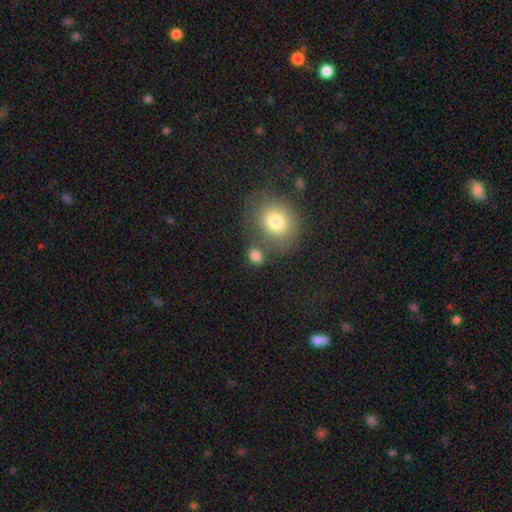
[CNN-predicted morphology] Overall: smooth (80%). How rounded: round (71%). Merging: none (67%).